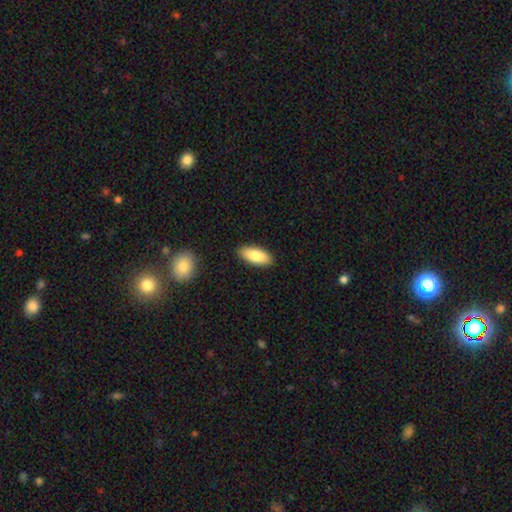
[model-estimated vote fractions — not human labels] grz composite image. It shows a smooth galaxy with no disk features (84%) that is in between round and cigar-shaped (83%). Merging: none (89%).